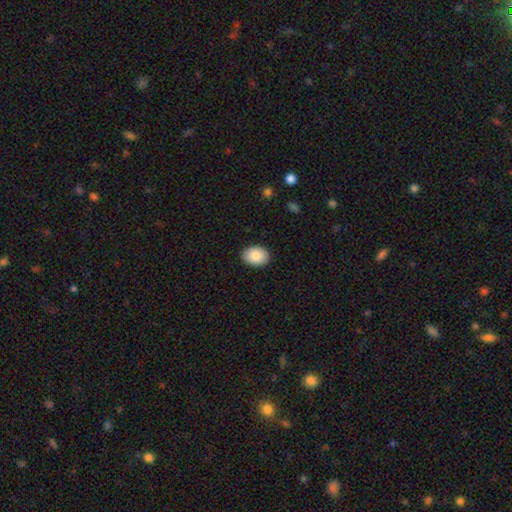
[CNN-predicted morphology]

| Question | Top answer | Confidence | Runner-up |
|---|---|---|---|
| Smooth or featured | smooth | 88% | star or artifact (7%) |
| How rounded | in between | 76% | round (24%) |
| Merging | none | 89% | minor disturbance (8%) |